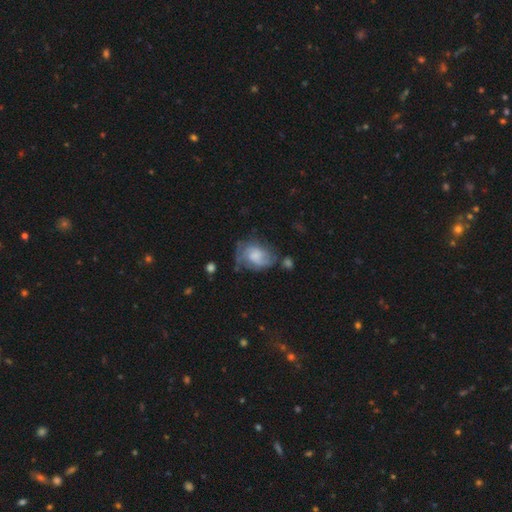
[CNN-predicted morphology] This is possibly a featured or disk galaxy (58%). It is clearly not viewed edge-on (97%). Bar: likely no (62%). Spiral arm pattern: clearly yes (81%). Central bulge: marginally none (30%). Merging: marginally none (43%).